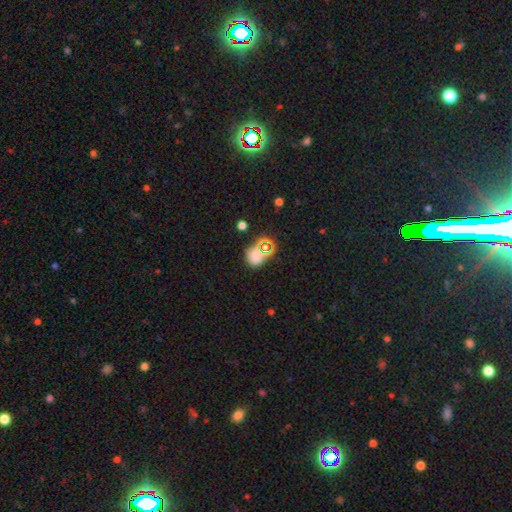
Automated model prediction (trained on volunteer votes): smooth_or_featured: smooth (p=0.64) [alt: star or artifact p=0.29]
how_rounded: round (p=0.64) [alt: in between p=0.35]
merging: none (p=0.69) [alt: minor disturbance p=0.15]